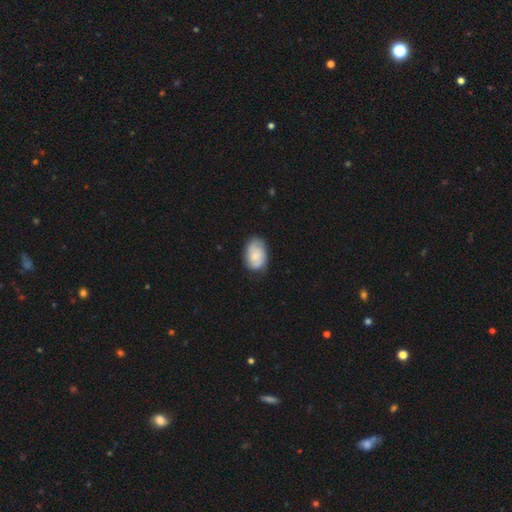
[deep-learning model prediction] smooth_or_featured: smooth (p=0.63) [alt: featured or disk p=0.30]
how_rounded: in between (p=0.86) [alt: round p=0.13]
merging: none (p=0.71) [alt: minor disturbance p=0.22]